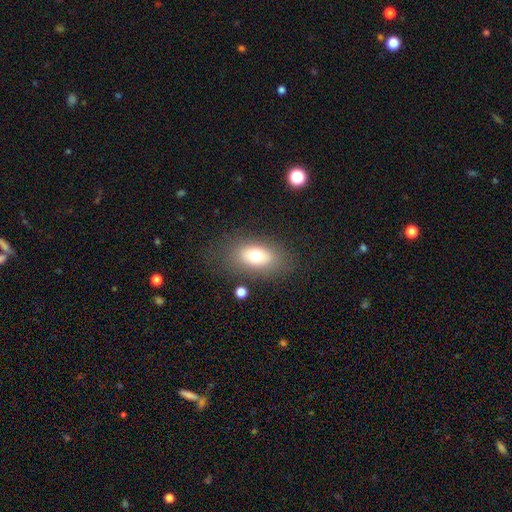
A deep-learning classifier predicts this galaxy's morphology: smooth 71%, featured or disk 19%, star or artifact 10%. Down the decision tree: how rounded — in between (85%); merging — none (77%).